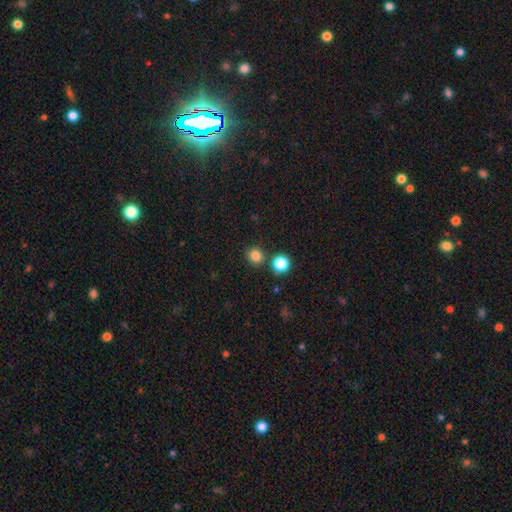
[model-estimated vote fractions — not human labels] This is clearly a smooth galaxy (82%). How rounded: clearly round (89%). Merging: clearly none (81%).